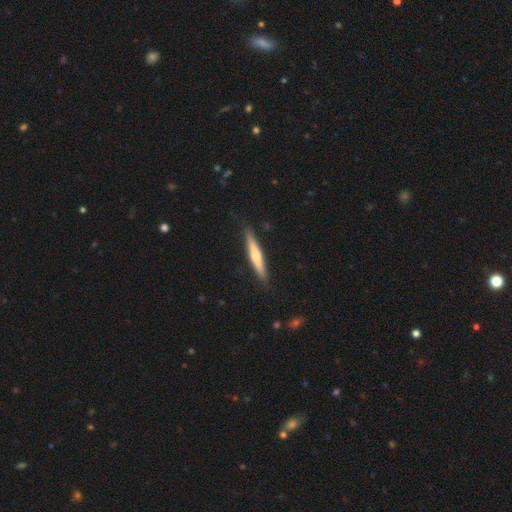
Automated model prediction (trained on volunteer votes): Smooth or featured: smooth — 48% (featured or disk — 47%)
Merging: none — 89% (minor disturbance — 9%)